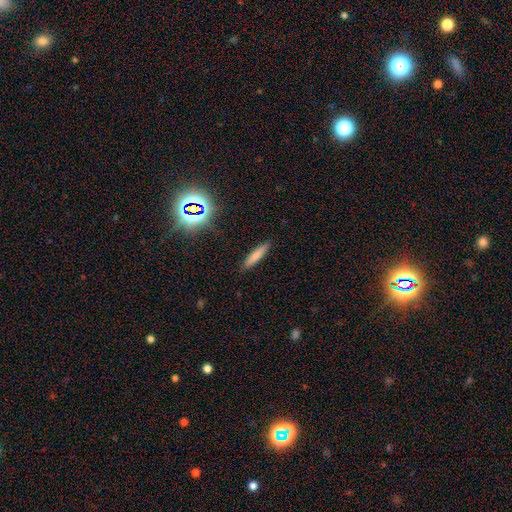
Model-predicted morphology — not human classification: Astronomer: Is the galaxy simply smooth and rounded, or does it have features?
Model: smooth — 75%.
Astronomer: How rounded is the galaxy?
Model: cigar-shaped — 85%.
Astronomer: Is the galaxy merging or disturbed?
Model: none — 89%.